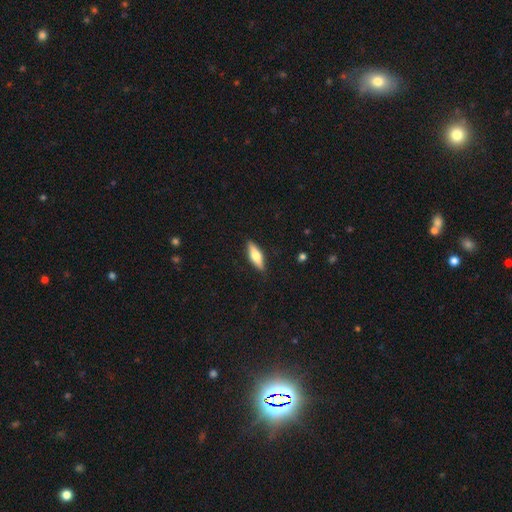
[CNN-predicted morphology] smooth 54%, featured or disk 40%, star or artifact 6%. Down the decision tree: how rounded — cigar-shaped (50%); merging — none (88%).